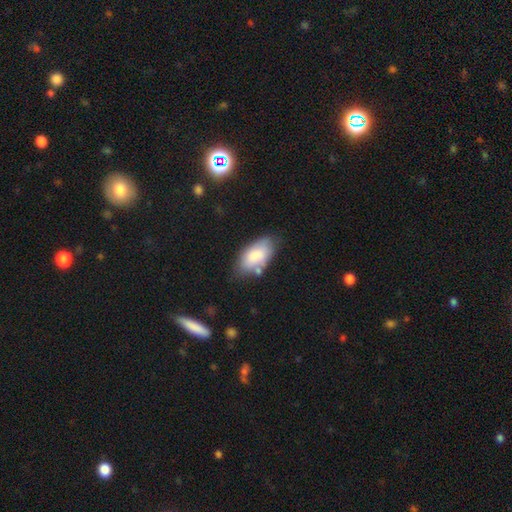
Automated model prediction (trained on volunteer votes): Smooth or featured? Predicted: smooth (p=0.81). How rounded? Predicted: in between (p=0.94). Merging? Predicted: none (p=0.63).